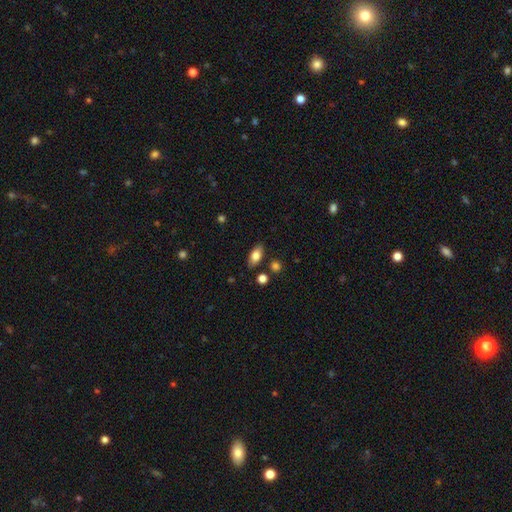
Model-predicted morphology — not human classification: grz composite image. It shows a smooth galaxy with no disk features (79%) that is in between round and cigar-shaped (87%). Merging: none (83%).